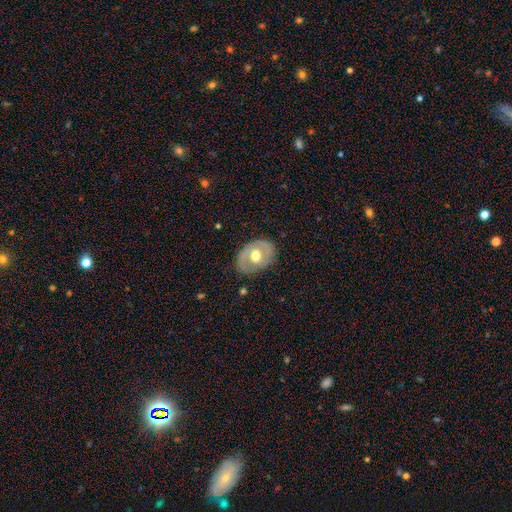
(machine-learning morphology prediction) Smooth or featured: featured or disk — 61% (smooth — 34%)
Edge-on disk: no — 94% (yes — 6%)
Bar: no — 67% (weak — 26%)
Spiral arms: no — 60% (yes — 40%)
Bulge size: moderate — 68% (large — 24%)
Merging: none — 78% (minor disturbance — 16%)